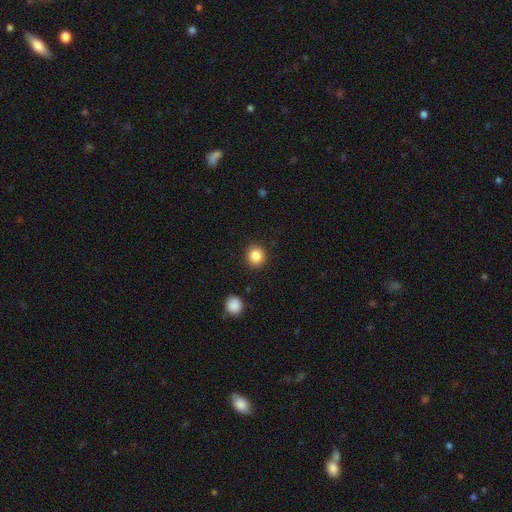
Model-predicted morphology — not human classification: A smooth galaxy with no disk features (85%) that is round (90%). Merging: none (91%).